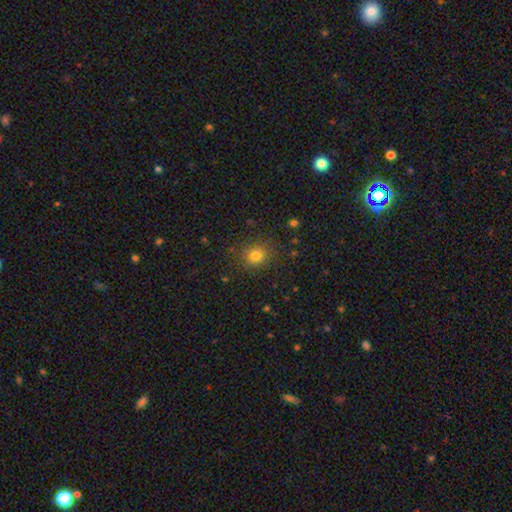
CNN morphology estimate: smooth-or-featured: smooth: 78% | star or artifact: 16% | featured or disk: 6%
  how-rounded: round: 80% | in between: 19% | cigar-shaped: 1%
  merging: none: 86% | minor disturbance: 9% | major disturbance: 3% | merger: 1%